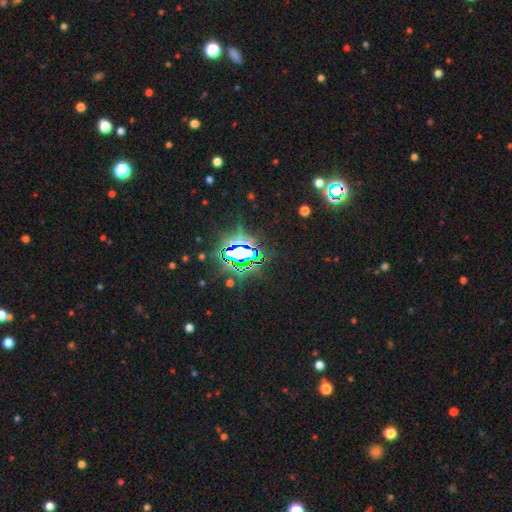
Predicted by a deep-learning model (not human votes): A star or artifact, not a galaxy (86%).

Vote fractions:
- Smooth or featured? star or artifact: 86% / smooth: 8% / featured or disk: 6%